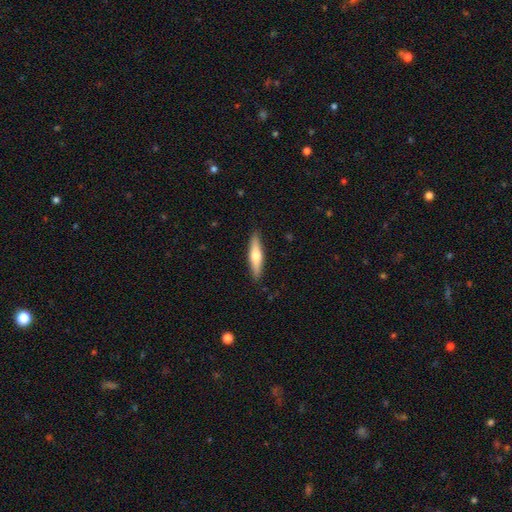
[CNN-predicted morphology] This is possibly a smooth galaxy (54%). How rounded: likely cigar-shaped (79%). Merging: clearly none (89%).